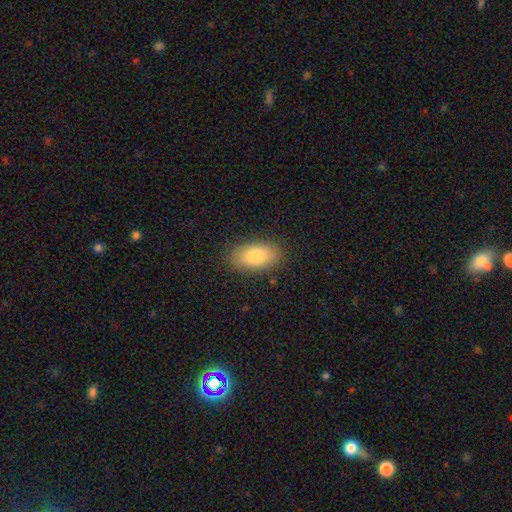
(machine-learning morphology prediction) smooth 80%, featured or disk 12%, star or artifact 7%. Down the decision tree: how rounded — in between (92%); merging — none (87%).